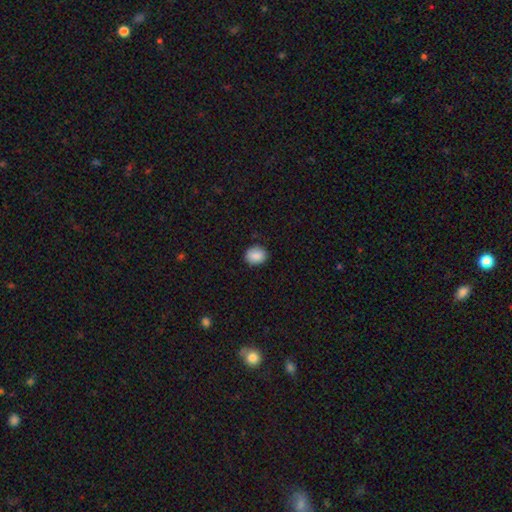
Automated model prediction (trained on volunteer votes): This is clearly a smooth galaxy (87%). How rounded: likely round (63%). Merging: clearly none (87%).